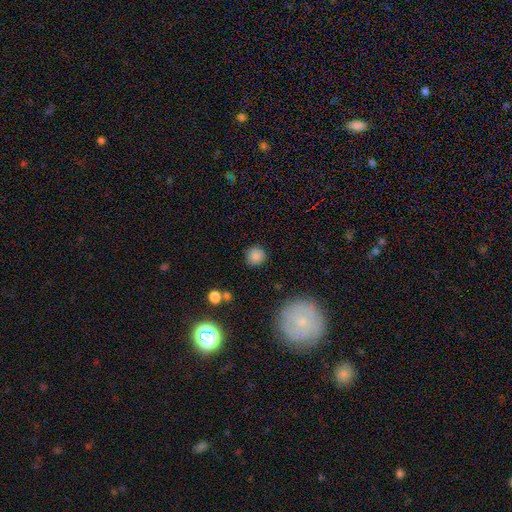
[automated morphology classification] smooth_or_featured: smooth (p=0.84) [alt: star or artifact p=0.11]
how_rounded: round (p=0.90) [alt: in between p=0.09]
merging: none (p=0.87) [alt: minor disturbance p=0.08]